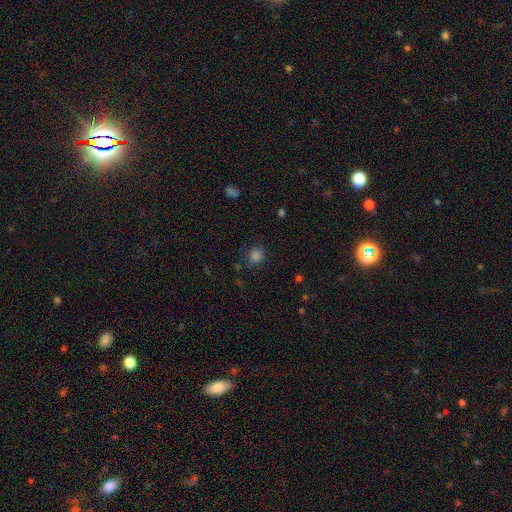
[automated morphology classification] Smooth or featured? Predicted: smooth (p=0.78). How rounded? Predicted: round (p=0.77). Merging? Predicted: none (p=0.81).